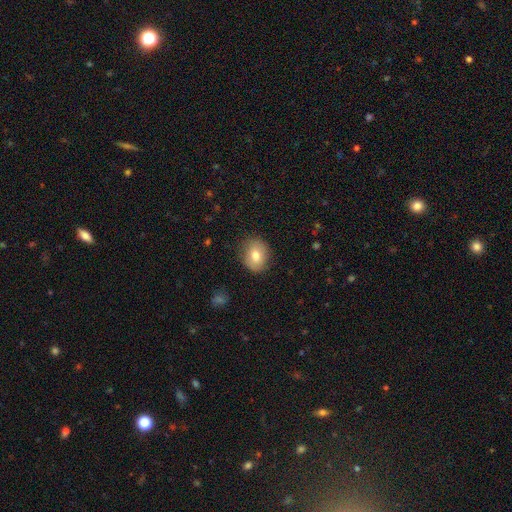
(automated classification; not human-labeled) Smooth or featured?
  - smooth: 77% *
  - featured or disk: 15%
  - star or artifact: 8%
How rounded?
  - round: 52% *
  - in between: 47%
  - cigar-shaped: 1%
Merging?
  - none: 83% *
  - minor disturbance: 13%
  - major disturbance: 3%
  - merger: 1%